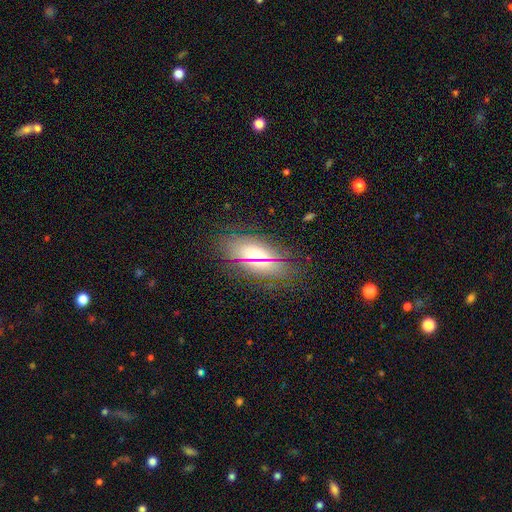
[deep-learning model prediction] smooth-or-featured: smooth: 57% | featured or disk: 24% | star or artifact: 18%
  how-rounded: in between: 81% | cigar-shaped: 10% | round: 9%
  merging: none: 81% | minor disturbance: 13% | major disturbance: 5% | merger: 1%